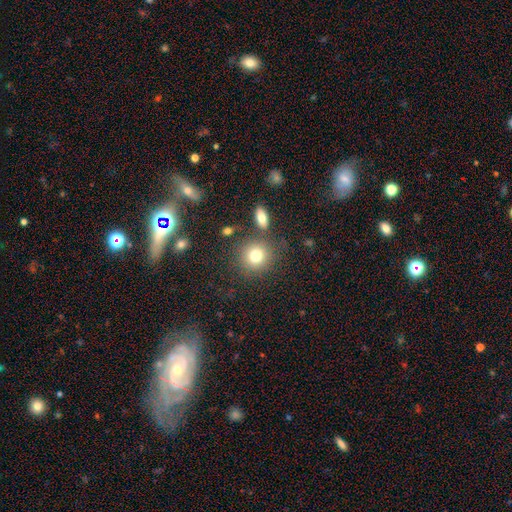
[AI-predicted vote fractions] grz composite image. It shows a smooth galaxy with no disk features (79%) that is round (87%). Merging: none (77%).